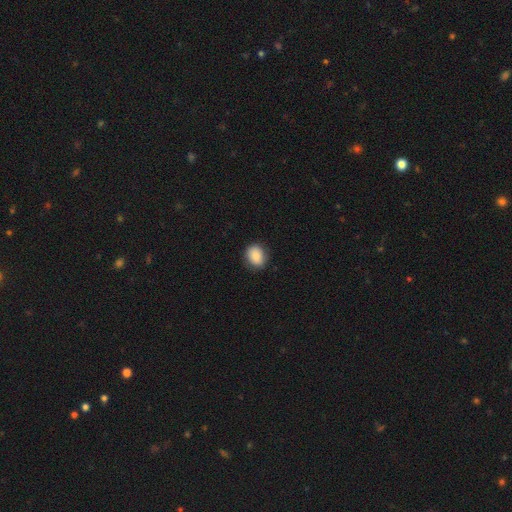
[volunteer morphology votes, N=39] Overall: smooth (90%). How rounded: round (60%; in between 40%). Merging: none (89%).